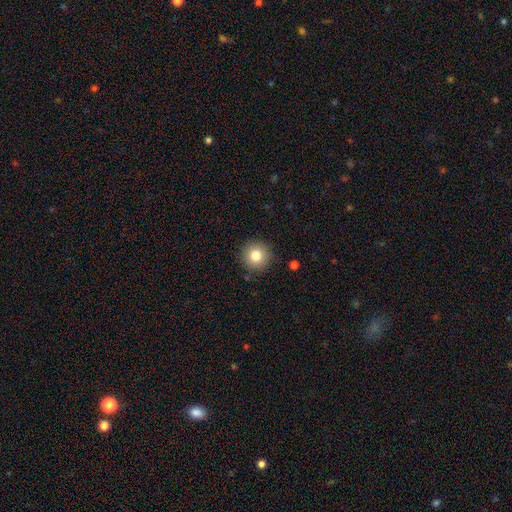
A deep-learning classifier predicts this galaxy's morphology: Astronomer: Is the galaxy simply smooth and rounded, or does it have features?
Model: smooth — 81%.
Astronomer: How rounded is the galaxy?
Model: round — 95%.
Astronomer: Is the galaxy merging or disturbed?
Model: none — 90%.